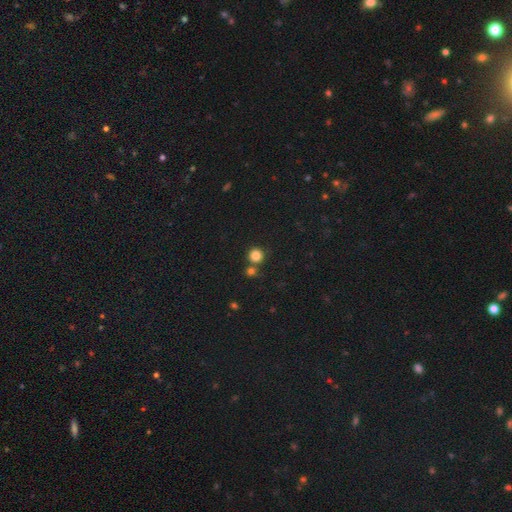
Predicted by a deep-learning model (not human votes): Smooth or featured: smooth — 82% (star or artifact — 12%)
How rounded: round — 93% (in between — 6%)
Merging: none — 73% (merger — 18%)